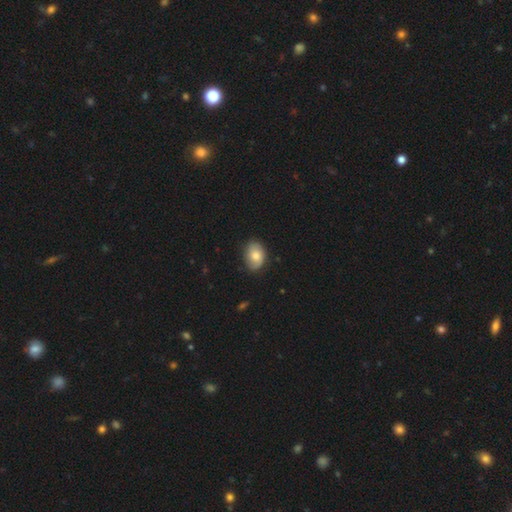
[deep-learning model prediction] This appears to be a smooth galaxy with no disk features (67%) that is in between round and cigar-shaped (74%). Merging: none (74%).